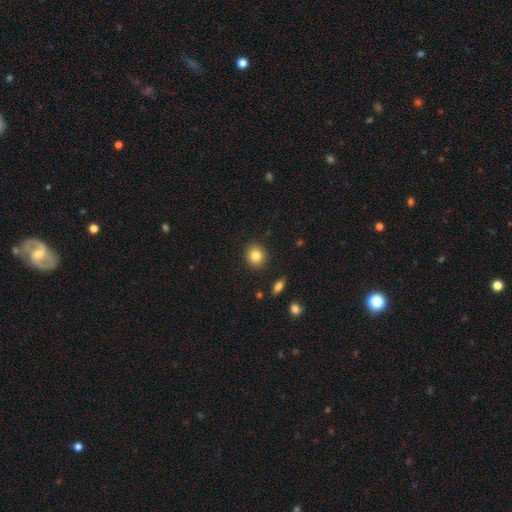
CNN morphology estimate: This is clearly a smooth galaxy (83%). How rounded: likely round (78%). Merging: clearly none (90%).